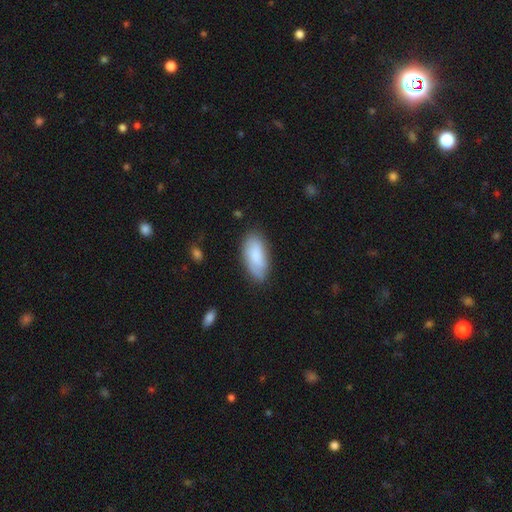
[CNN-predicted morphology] Q: Smooth or featured?
A: smooth (81%); runner-up: featured or disk (14%)
Q: How rounded?
A: in between (89%); runner-up: cigar-shaped (9%)
Q: Merging?
A: none (75%); runner-up: minor disturbance (19%)